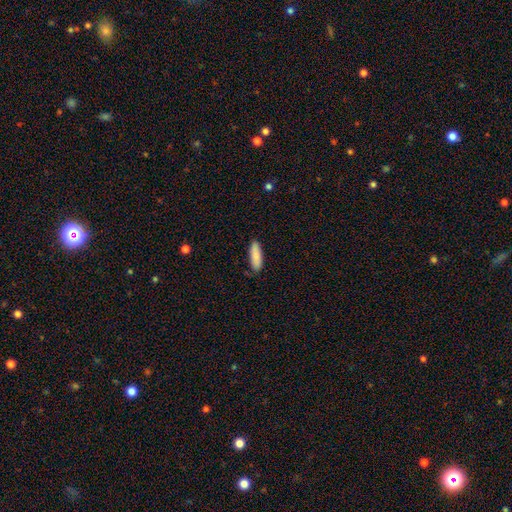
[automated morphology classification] The model was most divided on "how rounded": in between: 53%, cigar-shaped: 46%, round: 2%. More confident: smooth or featured — smooth (86%); merging — none (85%).